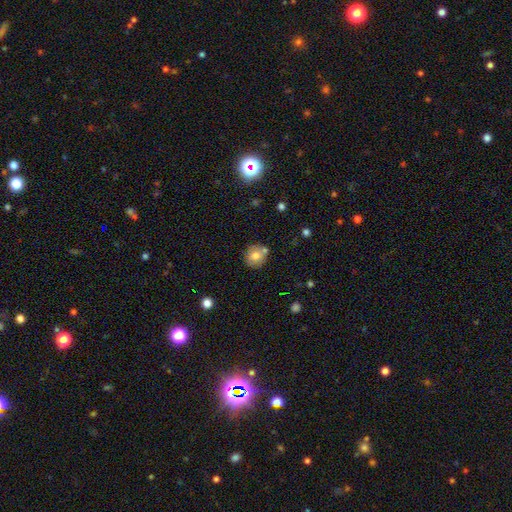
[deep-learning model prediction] smooth_or_featured: smooth (p=0.73) [alt: featured or disk p=0.17]
how_rounded: round (p=0.80) [alt: in between p=0.19]
merging: none (p=0.70) [alt: merger p=0.14]